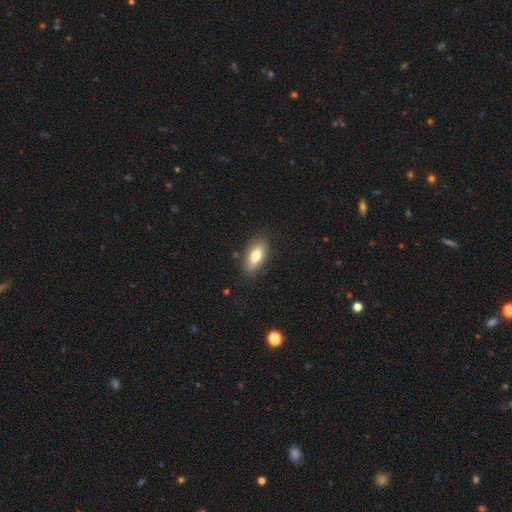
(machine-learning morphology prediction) type=smooth (75%); roundness=in between (83%); merging=none (83%).